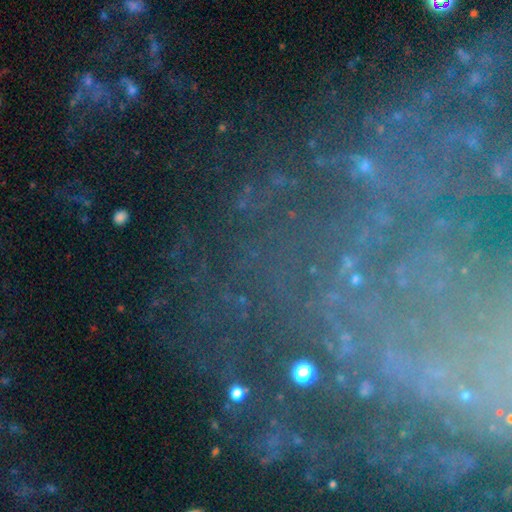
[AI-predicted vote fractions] Q: Smooth or featured?
A: star or artifact (43%); runner-up: featured or disk (41%)